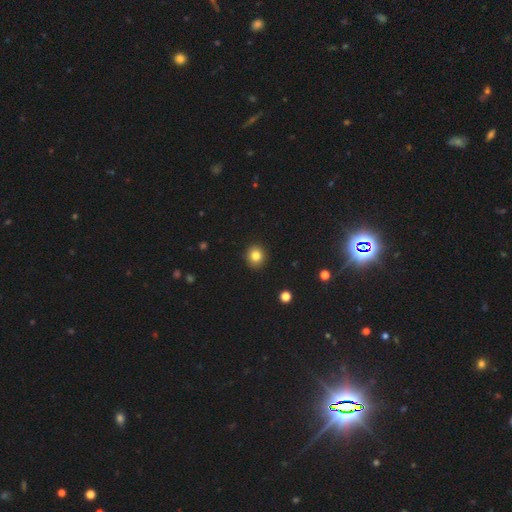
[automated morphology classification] Smooth or featured? smooth (82%)
How rounded? round (87%)
Merging? none (92%)